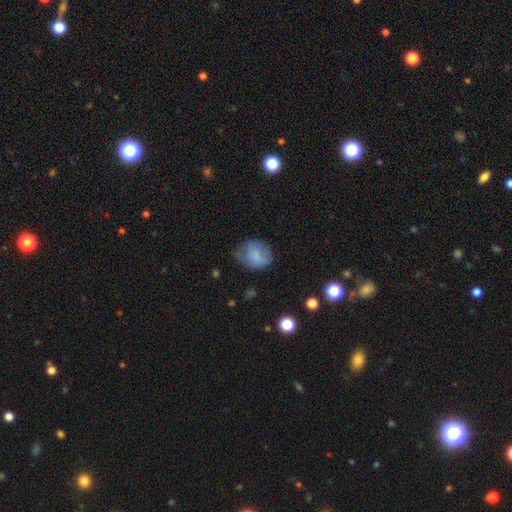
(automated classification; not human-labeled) Morphology: type=smooth (73%); roundness=round (57%); merging=none (50%).